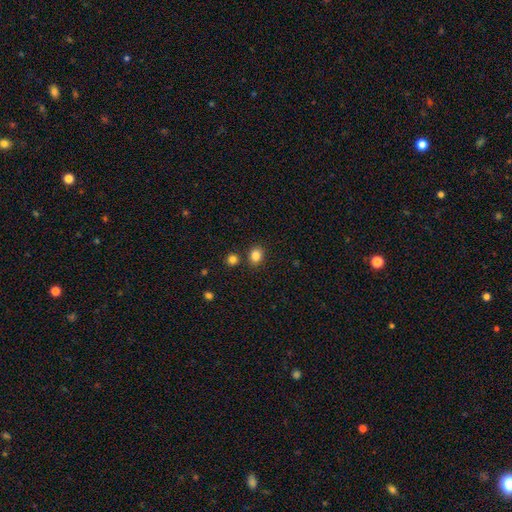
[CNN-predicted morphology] smooth_or_featured: smooth (p=0.84) [alt: star or artifact p=0.11]
how_rounded: round (p=0.63) [alt: in between p=0.37]
merging: none (p=0.82) [alt: minor disturbance p=0.09]